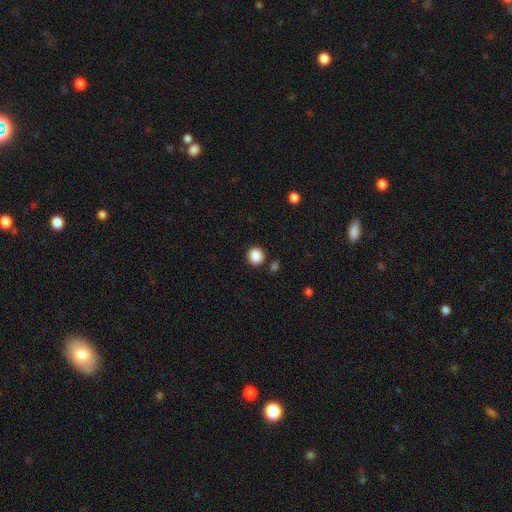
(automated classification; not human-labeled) Morphology: type=smooth (88%); roundness=round (85%); merging=none (86%).